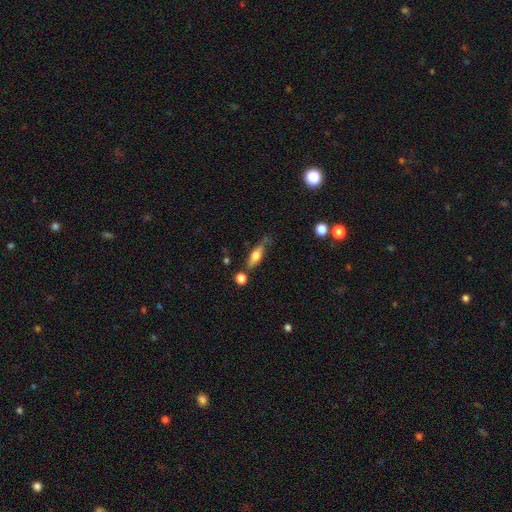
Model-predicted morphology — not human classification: smooth_or_featured: smooth (p=0.61) [alt: featured or disk p=0.31]
how_rounded: in between (p=0.53) [alt: cigar-shaped p=0.43]
merging: none (p=0.59) [alt: minor disturbance p=0.24]